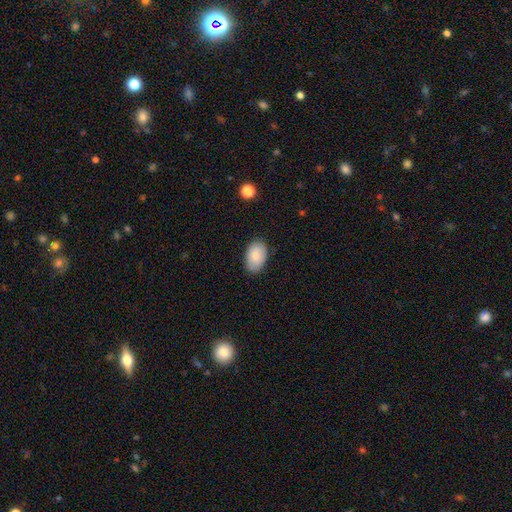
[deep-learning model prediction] smooth 82%, featured or disk 12%, star or artifact 7%. Down the decision tree: how rounded — in between (90%); merging — none (83%).